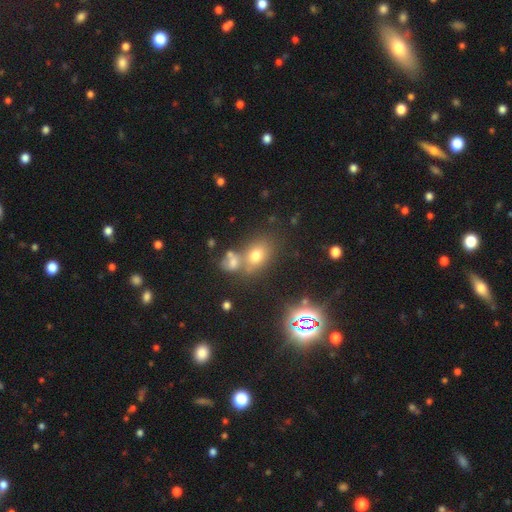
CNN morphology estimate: Smooth or featured: smooth — 68% (star or artifact — 18%)
How rounded: in between — 67% (round — 31%)
Merging: none — 53% (merger — 30%)